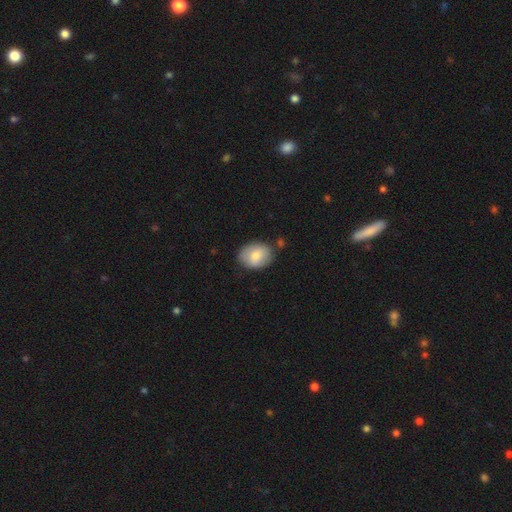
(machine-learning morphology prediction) The model was most divided on "how rounded": in between: 69%, round: 30%, cigar-shaped: 1%. More confident: merging — none (78%); smooth or featured — smooth (76%).